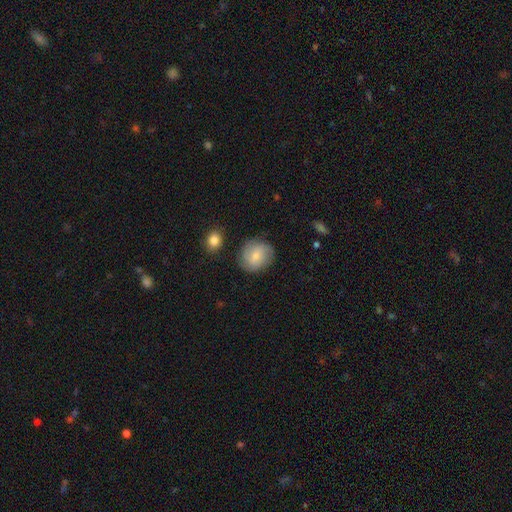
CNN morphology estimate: Smooth or featured?
  - smooth: 55% *
  - featured or disk: 37%
  - star or artifact: 8%
How rounded?
  - round: 75% *
  - in between: 24%
  - cigar-shaped: 1%
Merging?
  - none: 79% *
  - minor disturbance: 14%
  - major disturbance: 4%
  - merger: 2%